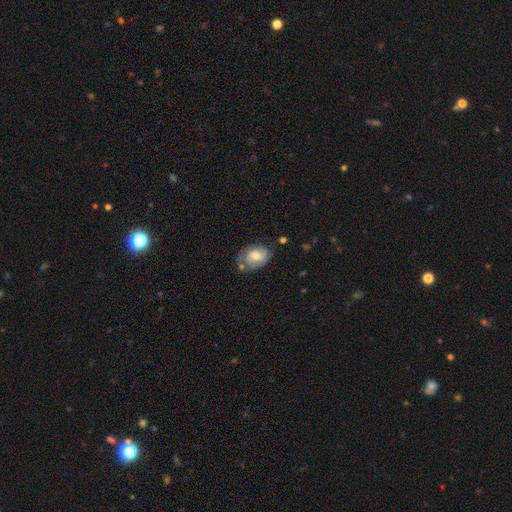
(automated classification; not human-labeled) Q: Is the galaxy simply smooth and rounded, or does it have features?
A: featured or disk — 56%.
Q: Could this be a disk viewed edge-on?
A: no — 96%.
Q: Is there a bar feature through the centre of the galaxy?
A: no — 60%.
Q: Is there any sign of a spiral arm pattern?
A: yes — 83%.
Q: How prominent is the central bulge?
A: moderate — 59%.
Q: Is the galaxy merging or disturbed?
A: none — 59%.